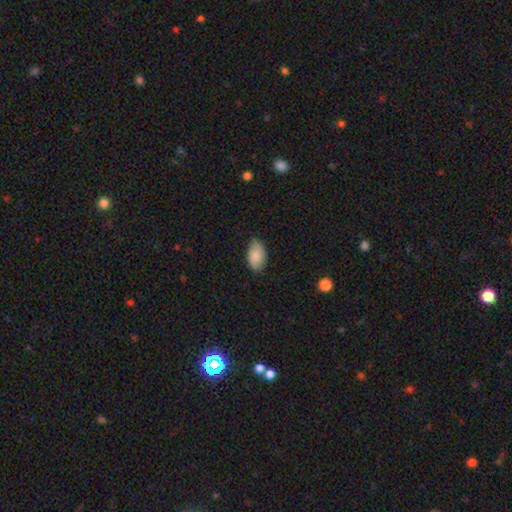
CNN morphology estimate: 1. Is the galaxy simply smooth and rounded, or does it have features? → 85% smooth, 9% featured or disk, 6% star or artifact.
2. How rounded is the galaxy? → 94% in between, 4% round, 2% cigar-shaped.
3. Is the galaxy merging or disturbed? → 75% none, 21% minor disturbance, 3% major disturbance, 1% merger.